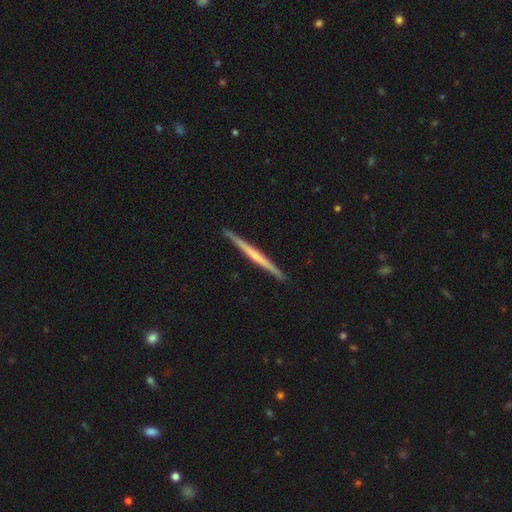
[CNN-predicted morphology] A featured or disk galaxy (62%) viewed edge-on (98%) with no central bulge (73%). Merging: none (92%).